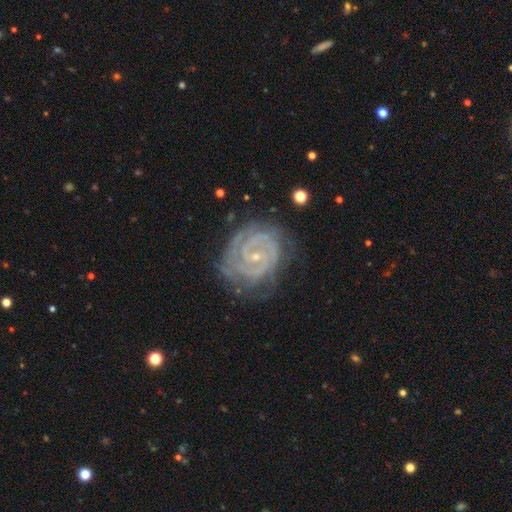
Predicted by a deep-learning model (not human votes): This appears to be a featured or disk galaxy (91%) with no bar (49%), 2 (50%) tight (78%) spiral arms (98%) and a small central bulge (82%). Merging: none (73%).